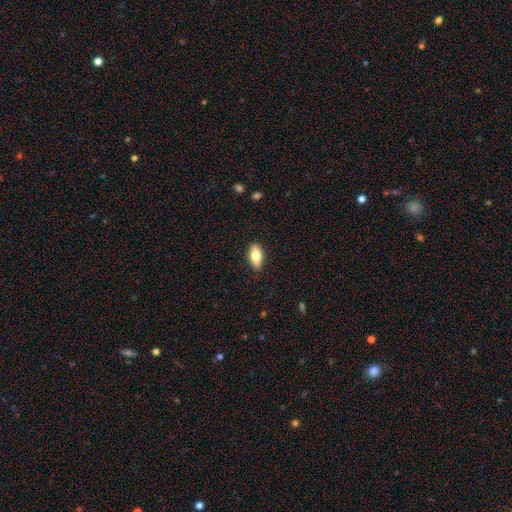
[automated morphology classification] Smooth or featured? Predicted: smooth (p=0.78). How rounded? Predicted: in between (p=0.89). Merging? Predicted: none (p=0.88).